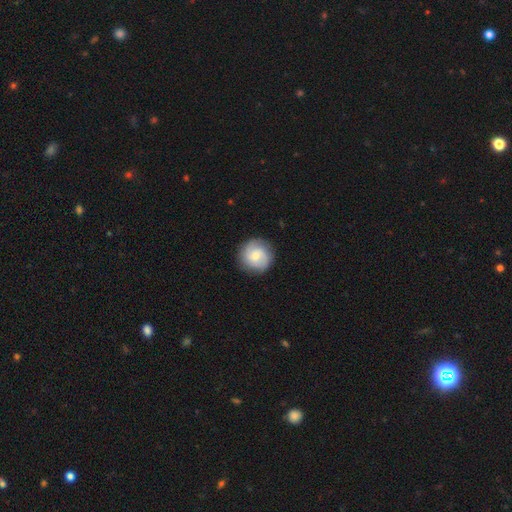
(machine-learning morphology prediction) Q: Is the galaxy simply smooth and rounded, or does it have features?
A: featured or disk — 47%, tied with smooth.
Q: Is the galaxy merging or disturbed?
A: none — 86%.